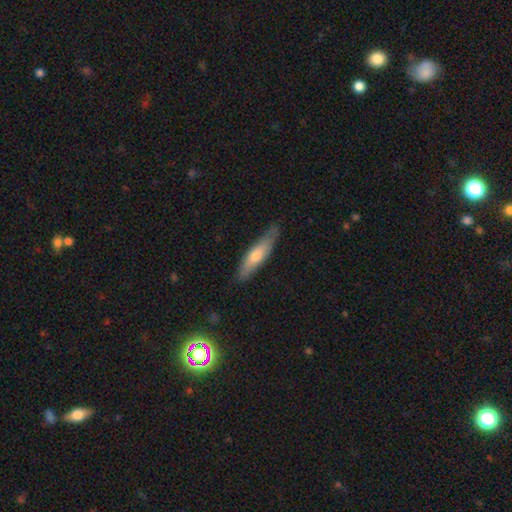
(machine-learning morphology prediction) A smooth galaxy with no disk features (54%) that is cigar-shaped (80%).

Vote fractions:
- Smooth or featured? smooth: 54% / featured or disk: 39% / star or artifact: 7%
- How rounded? cigar-shaped: 80% / in between: 19% / round: 2%
- Merging? none: 83% / minor disturbance: 14% / major disturbance: 2% / merger: 1%